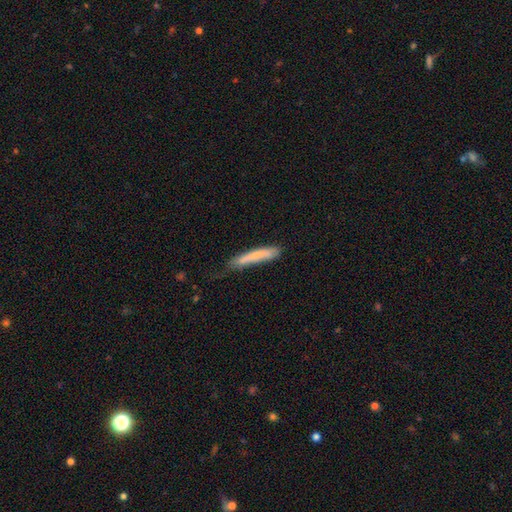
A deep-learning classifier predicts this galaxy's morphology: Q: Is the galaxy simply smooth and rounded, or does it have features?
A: smooth — 71%.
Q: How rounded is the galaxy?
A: cigar-shaped — 93%.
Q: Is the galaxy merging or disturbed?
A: none — 54%.